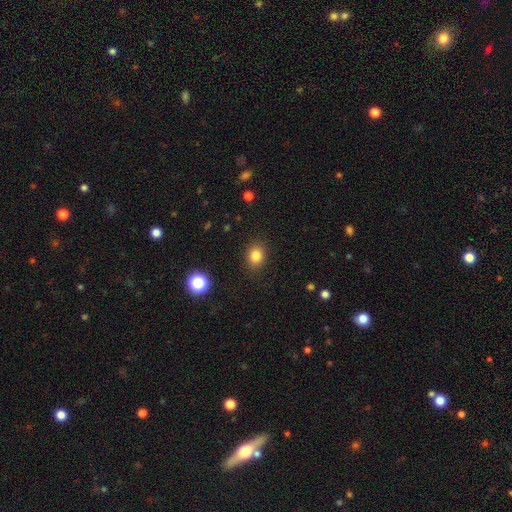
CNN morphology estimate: This is clearly a smooth galaxy (82%). How rounded: possibly round (56%). Merging: clearly none (88%).